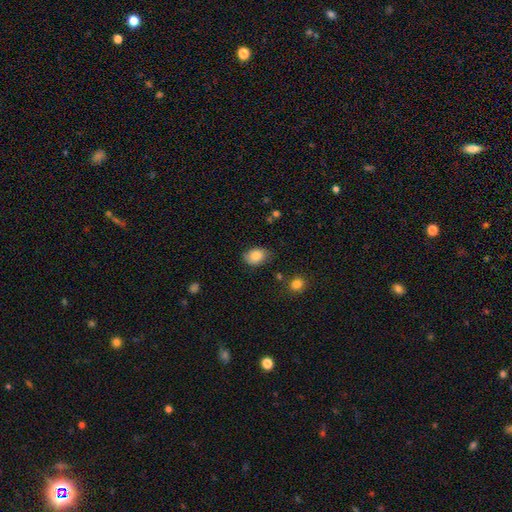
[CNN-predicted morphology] This is clearly a smooth galaxy (82%). How rounded: likely in between (69%). Merging: likely none (72%).